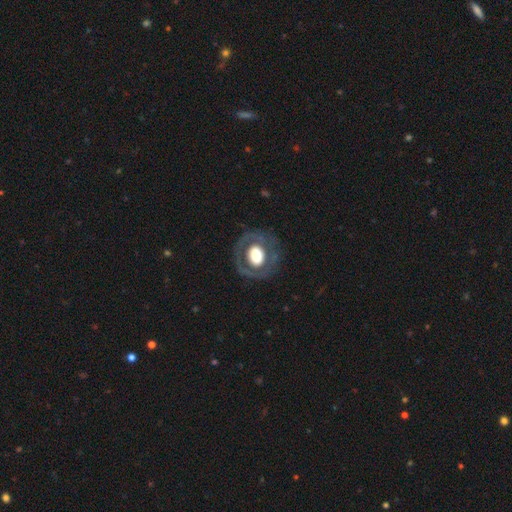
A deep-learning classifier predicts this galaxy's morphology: smooth-or-featured: featured or disk: 53% | smooth: 40% | star or artifact: 7%
  disk-edge-on: no: 95% | yes: 5%
    bar: no: 79% | weak: 14% | strong: 7%
    has-spiral-arms: no: 71% | yes: 29%
    bulge-size: large: 57% | moderate: 20% | dominant: 18% | small: 3% | none: 1%
  merging: none: 75% | minor disturbance: 14% | major disturbance: 10% | merger: 1%